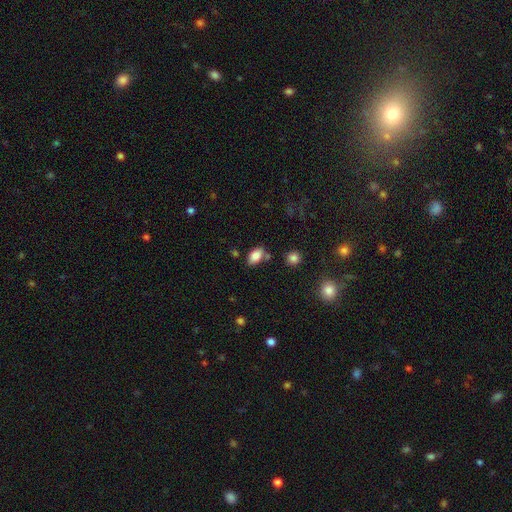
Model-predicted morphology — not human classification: smooth_or_featured: smooth (p=0.84) [alt: star or artifact p=0.09]
how_rounded: in between (p=0.91) [alt: round p=0.07]
merging: none (p=0.72) [alt: minor disturbance p=0.15]